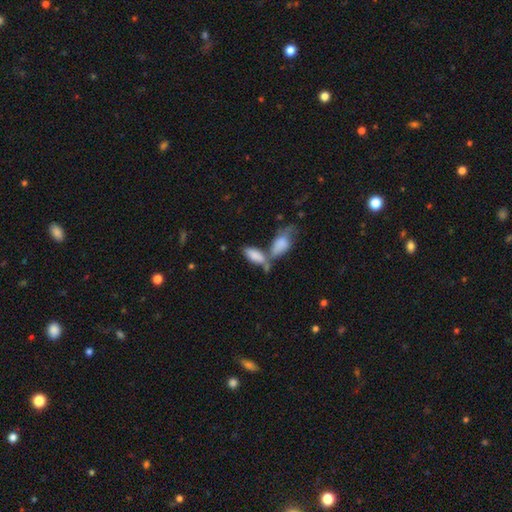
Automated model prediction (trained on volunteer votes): Morphology: type=smooth (82%); roundness=in between (86%); merging=merger (55%).